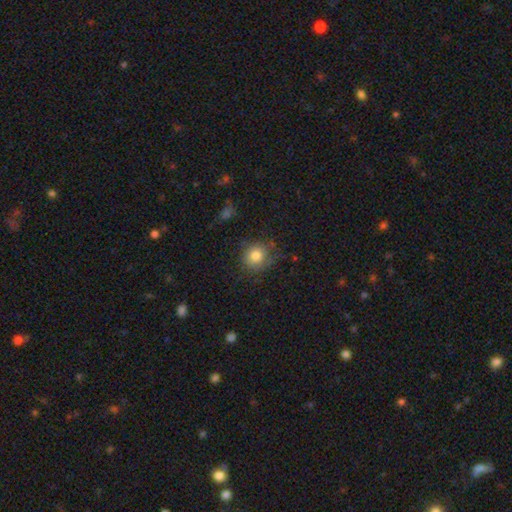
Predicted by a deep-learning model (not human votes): smooth 79%, featured or disk 11%, star or artifact 10%. Down the decision tree: how rounded — round (85%); merging — none (69%).